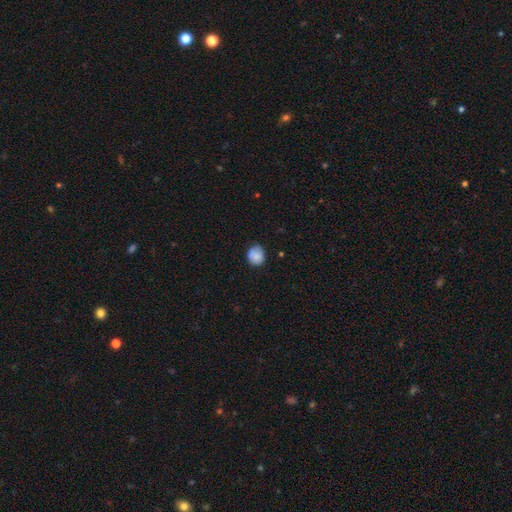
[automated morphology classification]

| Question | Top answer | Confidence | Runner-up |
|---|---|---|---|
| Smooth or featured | smooth | 84% | star or artifact (8%) |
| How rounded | round | 76% | in between (23%) |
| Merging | none | 73% | minor disturbance (21%) |